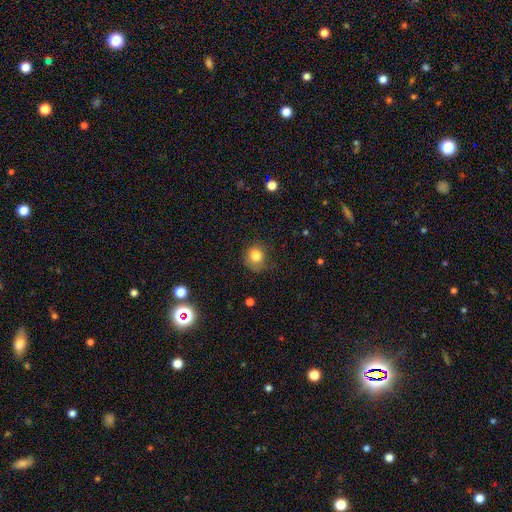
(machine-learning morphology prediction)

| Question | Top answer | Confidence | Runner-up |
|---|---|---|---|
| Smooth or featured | smooth | 81% | star or artifact (11%) |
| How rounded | round | 81% | in between (18%) |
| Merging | none | 68% | minor disturbance (22%) |